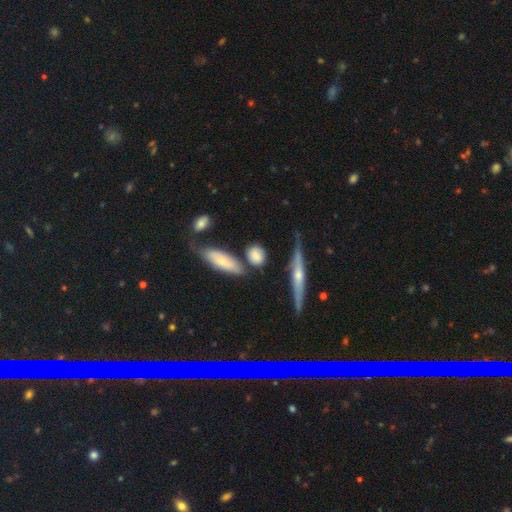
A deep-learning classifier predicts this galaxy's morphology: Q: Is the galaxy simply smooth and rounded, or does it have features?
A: smooth — 74%.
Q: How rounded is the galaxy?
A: round — 51%.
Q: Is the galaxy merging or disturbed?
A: none — 67%.